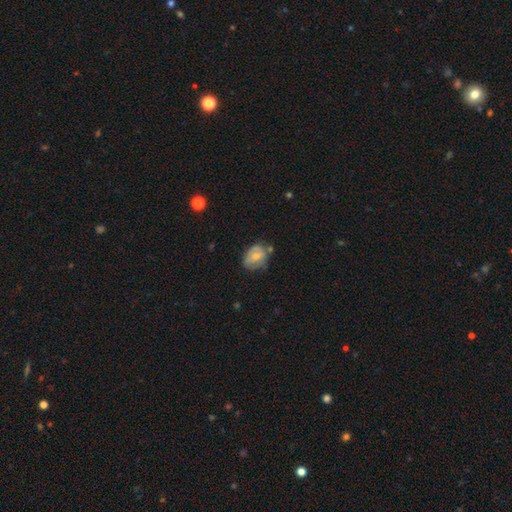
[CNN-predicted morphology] Overall: smooth (47%; featured or disk 45%). Merging: none (50%; minor disturbance 32%).